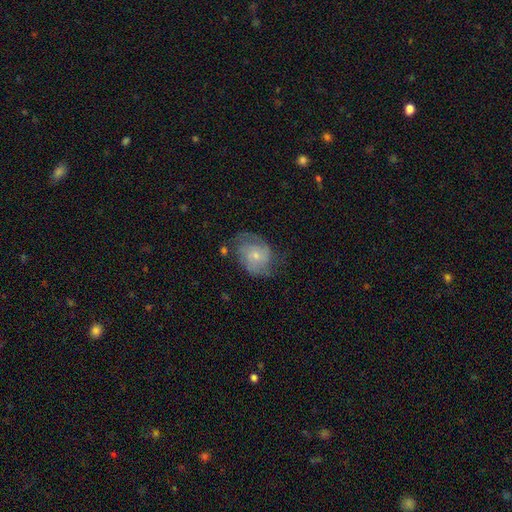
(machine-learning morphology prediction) Q: Smooth or featured?
A: featured or disk (63%); runner-up: smooth (30%)
Q: Edge-on disk?
A: no (97%); runner-up: yes (3%)
Q: Bar?
A: no (69%); runner-up: weak (28%)
Q: Spiral arms?
A: yes (86%); runner-up: no (14%)
Q: Spiral winding?
A: medium (44%); runner-up: tight (35%)
Q: Spiral arm count?
A: 2 (61%); runner-up: can't tell (21%)
Q: Bulge size?
A: small (61%); runner-up: moderate (32%)
Q: Merging?
A: none (54%); runner-up: minor disturbance (27%)